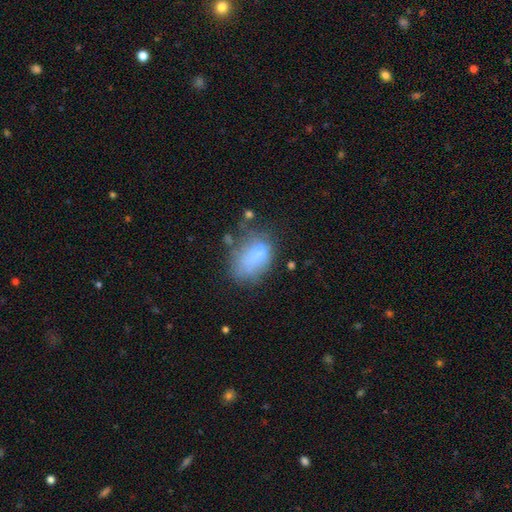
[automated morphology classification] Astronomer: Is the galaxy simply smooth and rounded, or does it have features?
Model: smooth — 61%.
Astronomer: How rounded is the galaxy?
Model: in between — 83%.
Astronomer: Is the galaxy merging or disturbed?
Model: none — 37% (runner-up: minor disturbance, 28%).